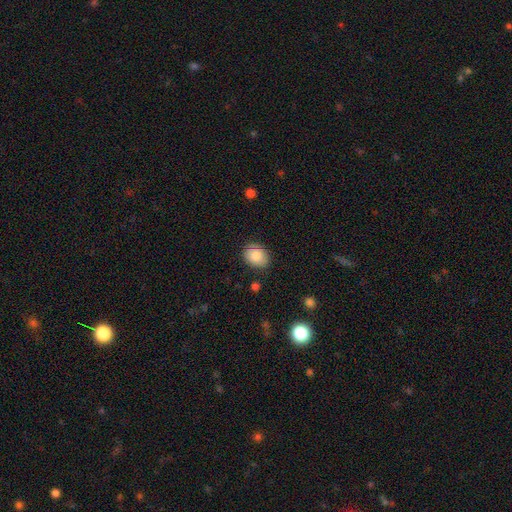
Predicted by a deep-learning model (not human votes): A smooth galaxy with no disk features (84%) that is in between round and cigar-shaped (56%). Merging: none (79%).